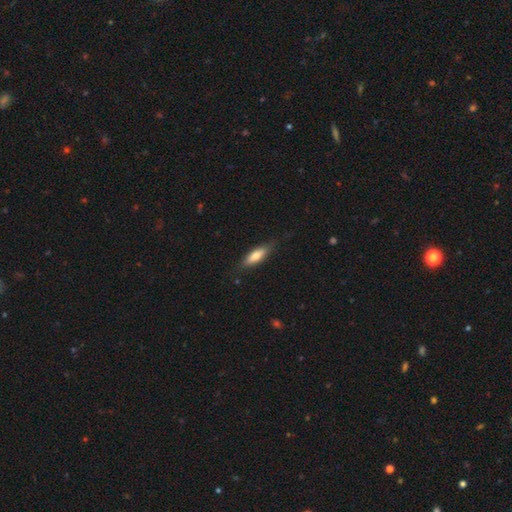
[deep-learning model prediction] smooth_or_featured: smooth (p=0.73) [alt: featured or disk p=0.22]
how_rounded: cigar-shaped (p=0.50) [alt: in between p=0.48]
merging: none (p=0.79) [alt: minor disturbance p=0.16]